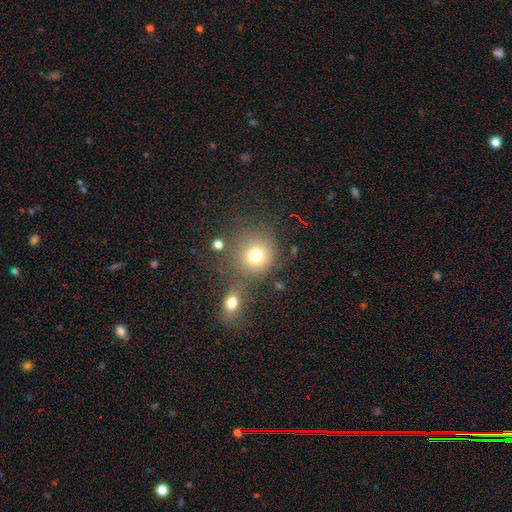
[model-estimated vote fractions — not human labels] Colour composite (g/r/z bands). It shows a smooth galaxy with no disk features (75%) that is round (87%). Merging: none (64%).